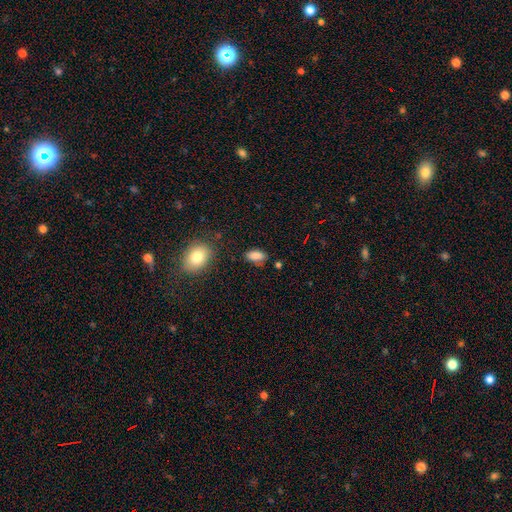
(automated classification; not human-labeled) A smooth galaxy with no disk features (85%) that is in between round and cigar-shaped (91%). Merging: none (75%).